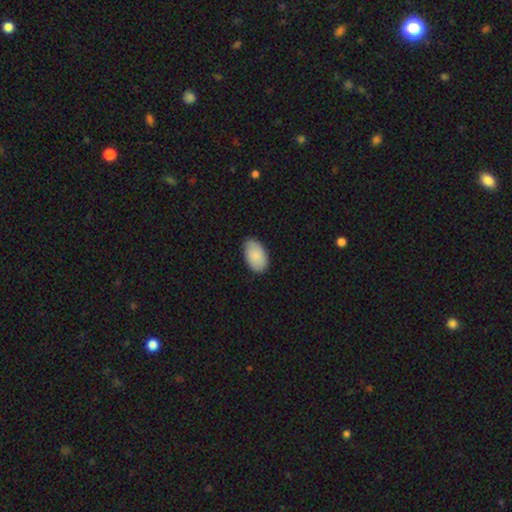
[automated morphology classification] A smooth galaxy with no disk features (88%) that is in between round and cigar-shaped (94%). Merging: none (82%).